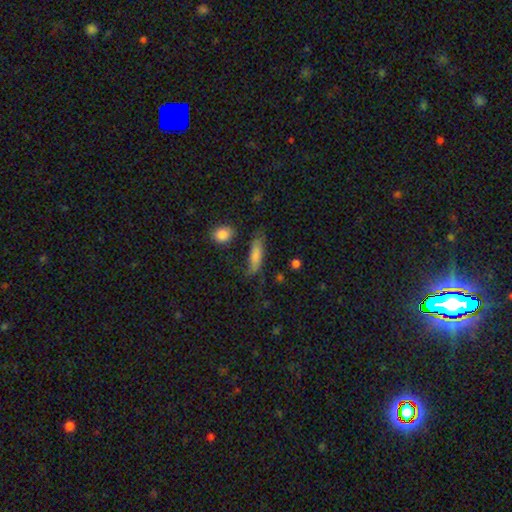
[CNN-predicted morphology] The model was most divided on "how rounded": cigar-shaped: 51%, in between: 46%, round: 3%. More confident: smooth or featured — smooth (77%); merging — none (60%).